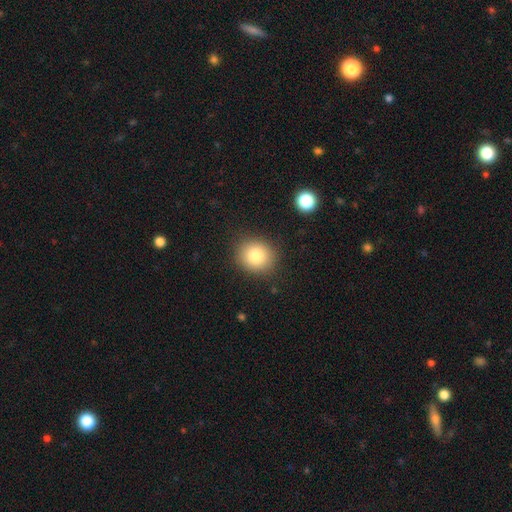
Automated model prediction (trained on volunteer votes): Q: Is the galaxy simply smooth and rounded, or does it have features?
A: smooth — 81%.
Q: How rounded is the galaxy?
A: round — 80%.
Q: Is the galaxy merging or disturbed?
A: none — 87%.